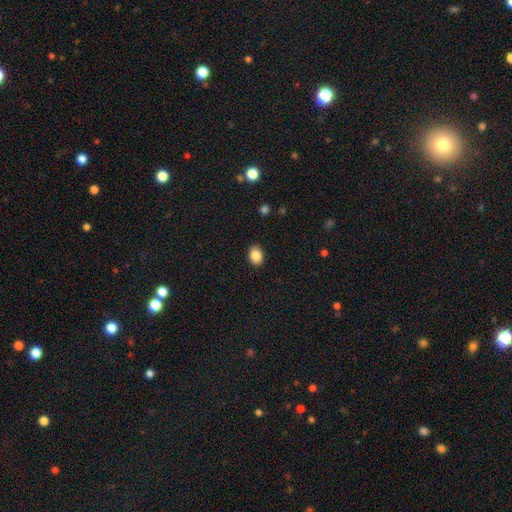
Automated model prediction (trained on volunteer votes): Smooth or featured: smooth — 86% (star or artifact — 9%)
How rounded: in between — 68% (round — 31%)
Merging: none — 90% (minor disturbance — 7%)